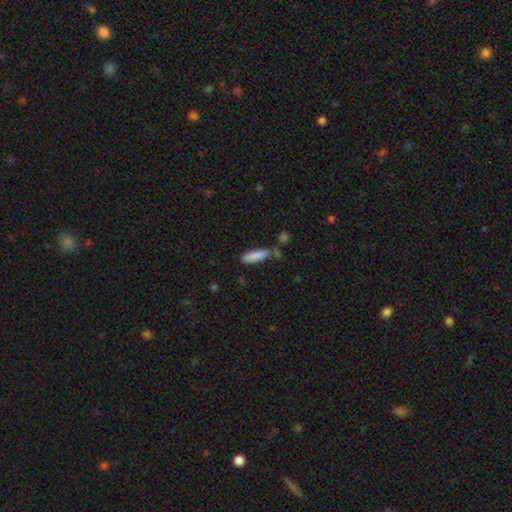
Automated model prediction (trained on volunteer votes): A smooth galaxy with no disk features (84%) that is cigar-shaped (68%).

Vote fractions:
- Smooth or featured? smooth: 84% / featured or disk: 9% / star or artifact: 7%
- How rounded? cigar-shaped: 68% / in between: 30% / round: 2%
- Merging? none: 61% / minor disturbance: 21% / merger: 12% / major disturbance: 6%